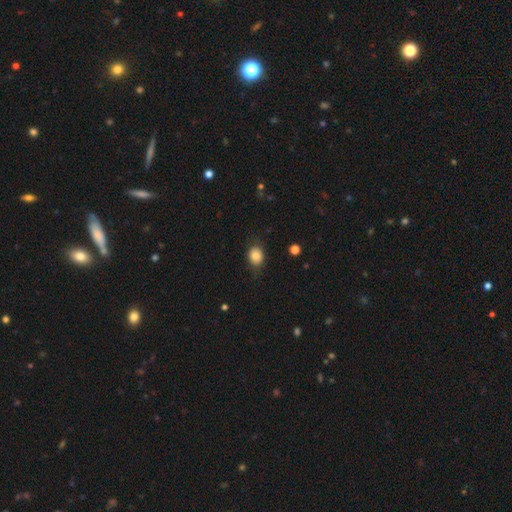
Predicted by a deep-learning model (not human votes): Smooth or featured? smooth (84%)
How rounded? round (50%)
Merging? none (73%)